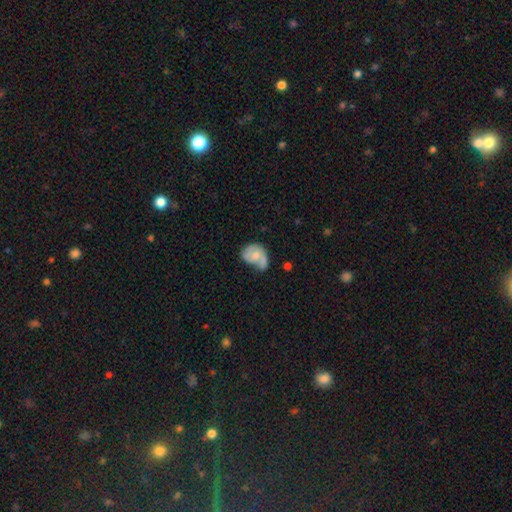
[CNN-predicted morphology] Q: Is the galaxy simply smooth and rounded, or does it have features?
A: smooth — 48%.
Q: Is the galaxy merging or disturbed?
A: minor disturbance — 34%.